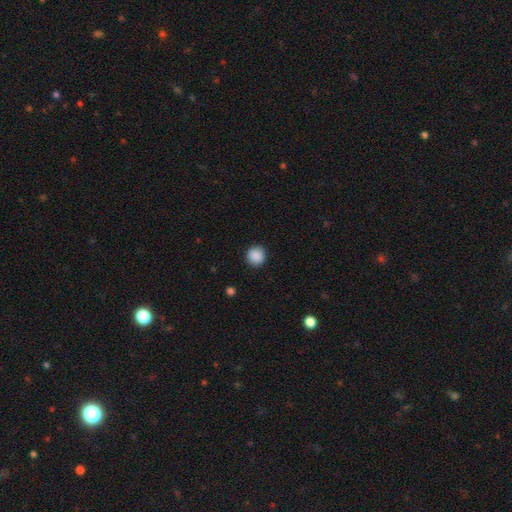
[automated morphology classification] The model was most divided on "smooth or featured": smooth: 89%, star or artifact: 9%, featured or disk: 2%. More confident: how rounded — round (94%); merging — none (91%).